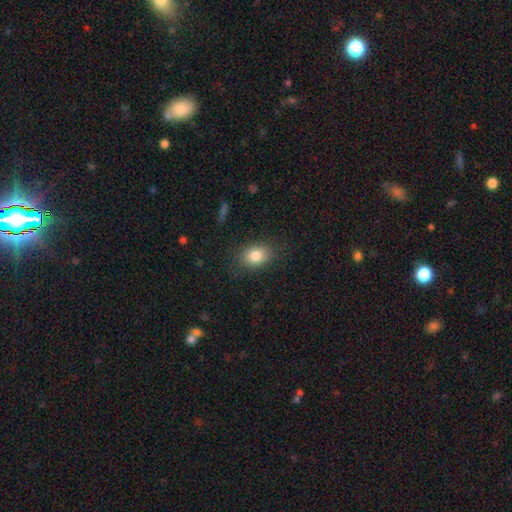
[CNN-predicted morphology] A smooth galaxy with no disk features (83%) that is in between round and cigar-shaped (74%). Merging: none (82%).